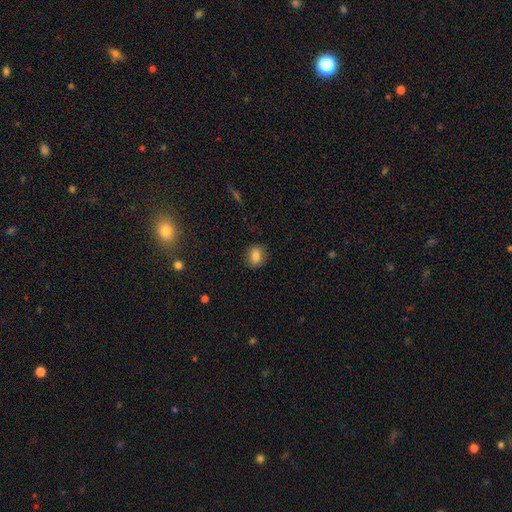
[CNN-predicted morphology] type=smooth (83%); roundness=round (62%); merging=none (86%).